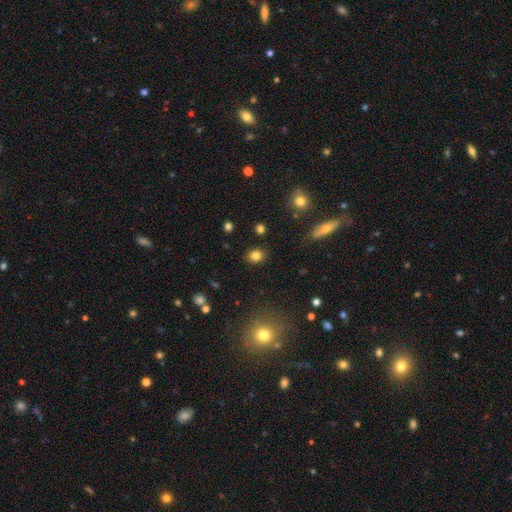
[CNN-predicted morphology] A smooth galaxy with no disk features (82%) that is round (59%).

Vote fractions:
- Smooth or featured? smooth: 82% / star or artifact: 12% / featured or disk: 6%
- How rounded? round: 59% / in between: 40% / cigar-shaped: 1%
- Merging? none: 87% / minor disturbance: 8% / major disturbance: 3% / merger: 2%